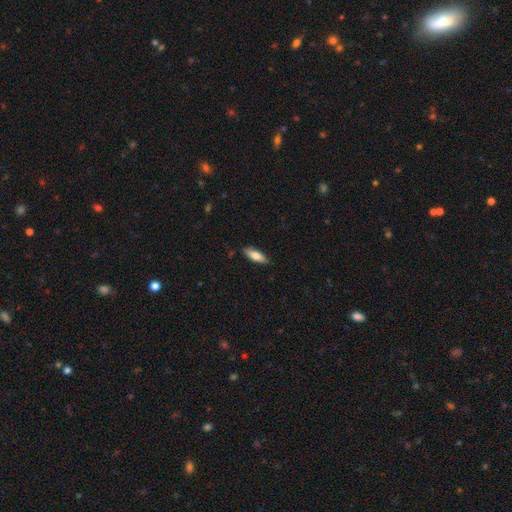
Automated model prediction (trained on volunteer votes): Q: Smooth or featured?
A: smooth (69%); runner-up: featured or disk (25%)
Q: How rounded?
A: in between (53%); runner-up: cigar-shaped (45%)
Q: Merging?
A: none (86%); runner-up: minor disturbance (11%)